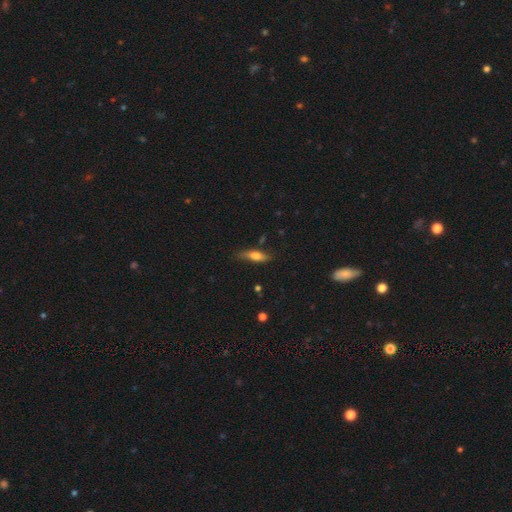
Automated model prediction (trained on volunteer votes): Overall: smooth (69%). How rounded: cigar-shaped (49%; in between 48%). Merging: none (70%).